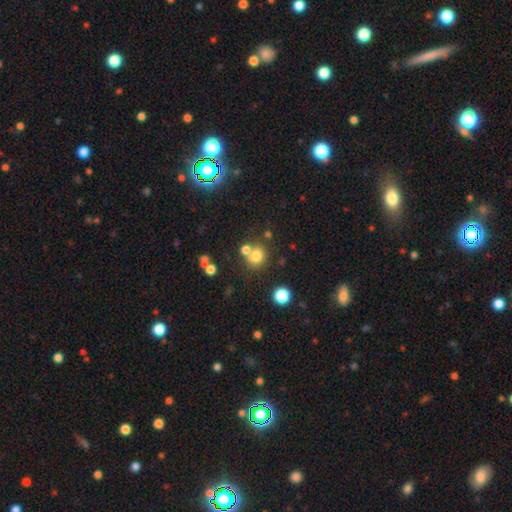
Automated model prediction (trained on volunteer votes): smooth_or_featured: smooth (p=0.73) [alt: star or artifact p=0.16]
how_rounded: round (p=0.80) [alt: in between p=0.19]
merging: none (p=0.58) [alt: merger p=0.28]